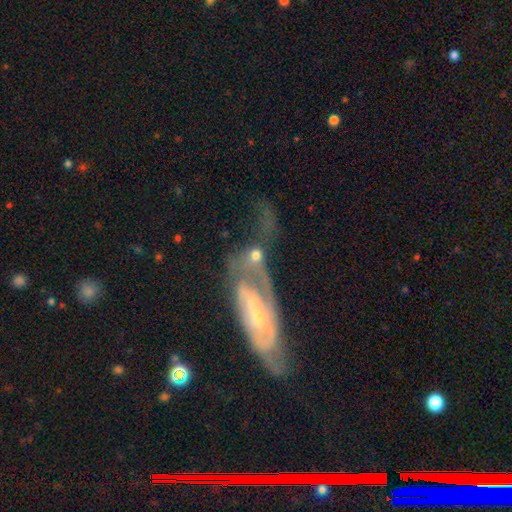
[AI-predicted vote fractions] This is marginally a smooth galaxy (45%). Merging: marginally merger (35%).